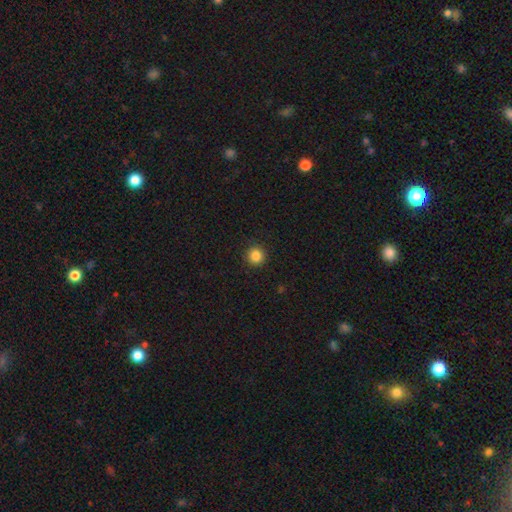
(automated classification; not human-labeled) Smooth or featured? Predicted: smooth (p=0.85). How rounded? Predicted: round (p=0.94). Merging? Predicted: none (p=0.92).